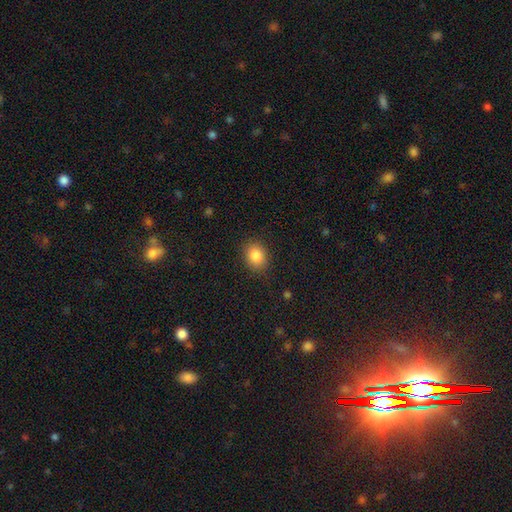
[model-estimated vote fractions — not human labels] Smooth or featured?
  - smooth: 85% *
  - star or artifact: 10%
  - featured or disk: 5%
How rounded?
  - round: 54% *
  - in between: 45%
  - cigar-shaped: 1%
Merging?
  - none: 86% *
  - minor disturbance: 10%
  - major disturbance: 3%
  - merger: 1%